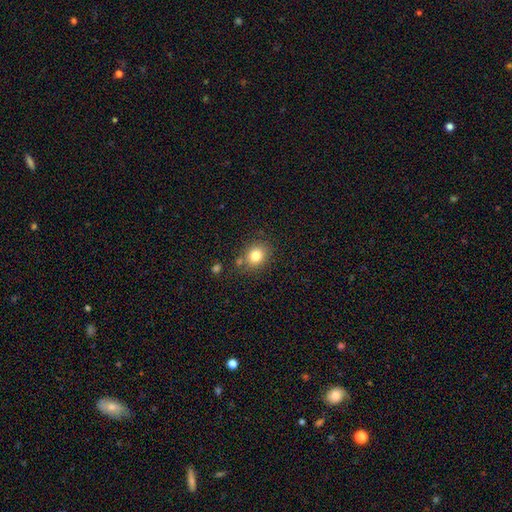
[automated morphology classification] A smooth galaxy with no disk features (80%) that is round (60%). Merging: none (75%).